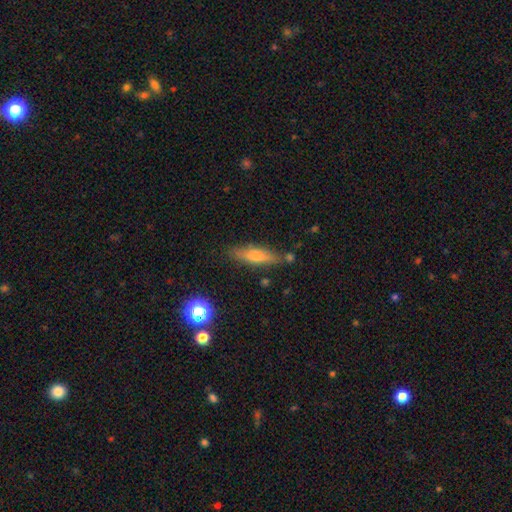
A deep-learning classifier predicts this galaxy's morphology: smooth_or_featured: smooth (p=0.58) [alt: featured or disk p=0.33]
how_rounded: cigar-shaped (p=0.67) [alt: in between p=0.30]
merging: none (p=0.80) [alt: minor disturbance p=0.13]